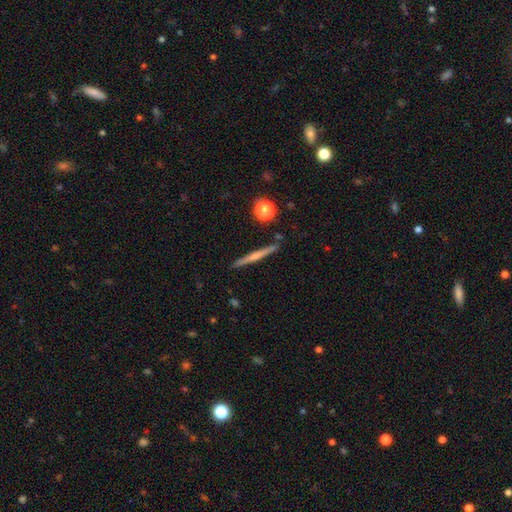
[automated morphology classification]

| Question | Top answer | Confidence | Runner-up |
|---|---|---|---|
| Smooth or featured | featured or disk | 58% | smooth (35%) |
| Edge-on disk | yes | 98% | no (2%) |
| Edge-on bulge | rounded | 55% | none (37%) |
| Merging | none | 90% | minor disturbance (7%) |